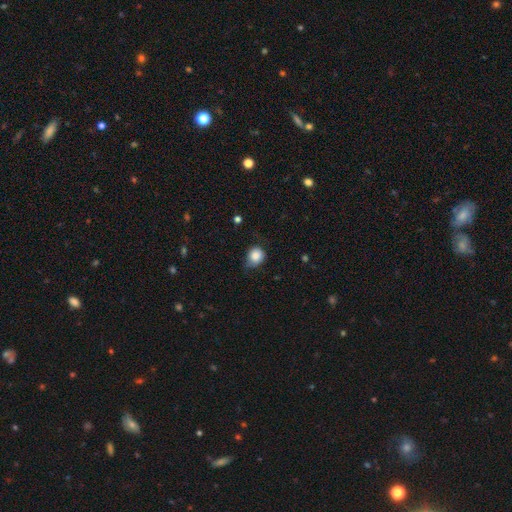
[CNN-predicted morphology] smooth-or-featured: smooth: 85% | star or artifact: 9% | featured or disk: 6%
  how-rounded: round: 72% | in between: 27% | cigar-shaped: 1%
  merging: none: 51% | minor disturbance: 38% | major disturbance: 9% | merger: 2%